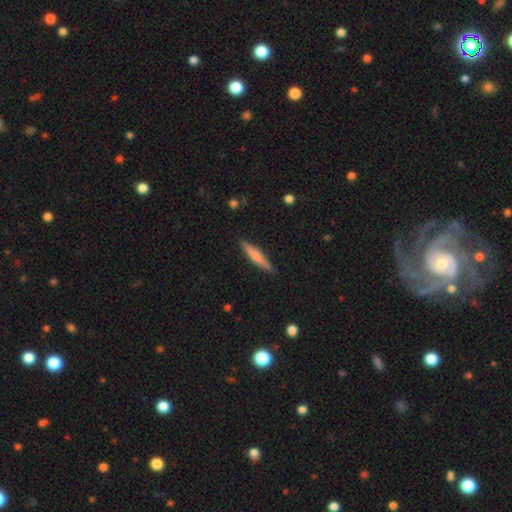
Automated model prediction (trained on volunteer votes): Q: Smooth or featured?
A: smooth (60%); runner-up: featured or disk (35%)
Q: How rounded?
A: cigar-shaped (91%); runner-up: in between (7%)
Q: Merging?
A: none (89%); runner-up: minor disturbance (8%)